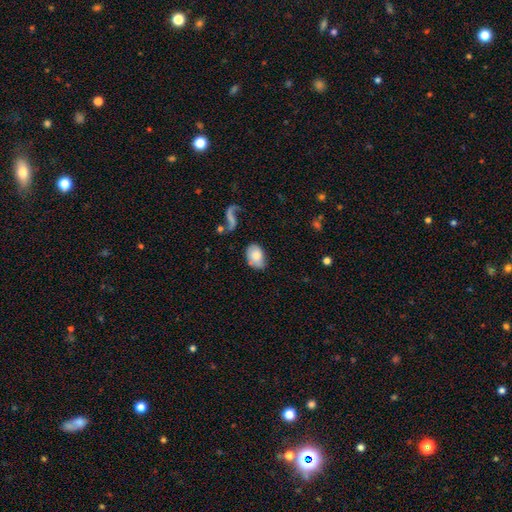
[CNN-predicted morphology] Q: Smooth or featured?
A: smooth (72%); runner-up: featured or disk (21%)
Q: How rounded?
A: in between (85%); runner-up: round (14%)
Q: Merging?
A: none (58%); runner-up: minor disturbance (27%)